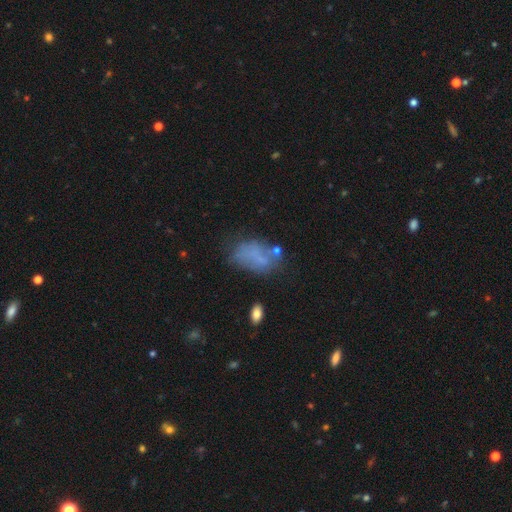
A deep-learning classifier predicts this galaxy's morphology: Smooth or featured: smooth — 57% (featured or disk — 28%)
How rounded: in between — 86% (round — 11%)
Merging: none — 48% (minor disturbance — 25%)